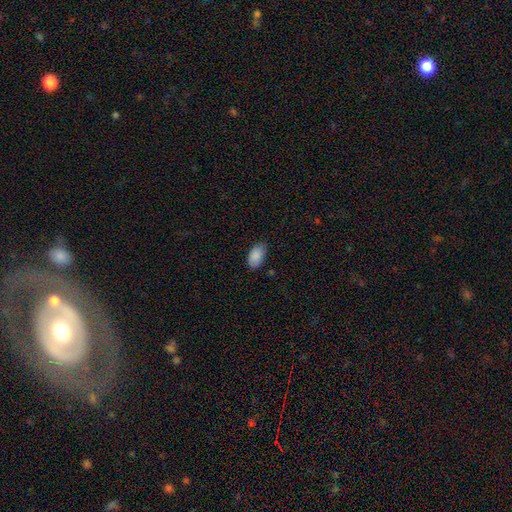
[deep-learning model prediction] Overall: smooth (89%). How rounded: in between (94%). Merging: none (75%).